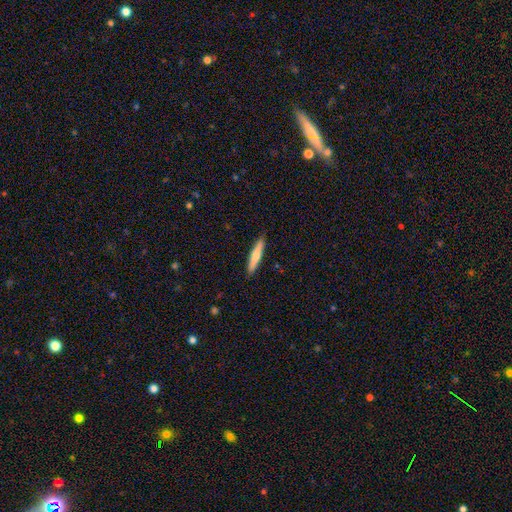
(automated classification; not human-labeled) Smooth or featured?
  - smooth: 67% *
  - featured or disk: 28%
  - star or artifact: 5%
How rounded?
  - cigar-shaped: 90% *
  - in between: 9%
  - round: 1%
Merging?
  - none: 90% *
  - minor disturbance: 7%
  - major disturbance: 1%
  - merger: 1%